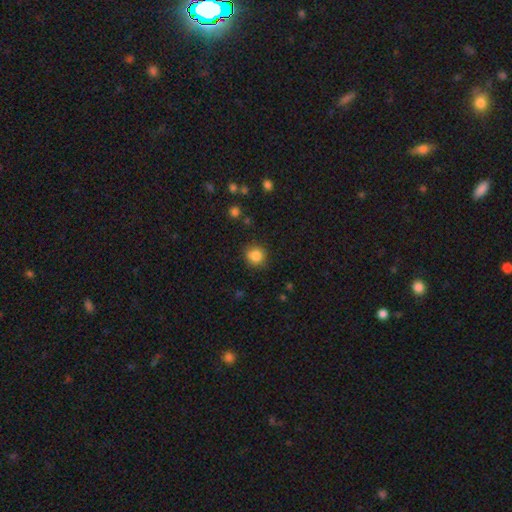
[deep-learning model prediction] smooth_or_featured: smooth (p=0.84) [alt: star or artifact p=0.11]
how_rounded: round (p=0.86) [alt: in between p=0.13]
merging: none (p=0.81) [alt: minor disturbance p=0.14]